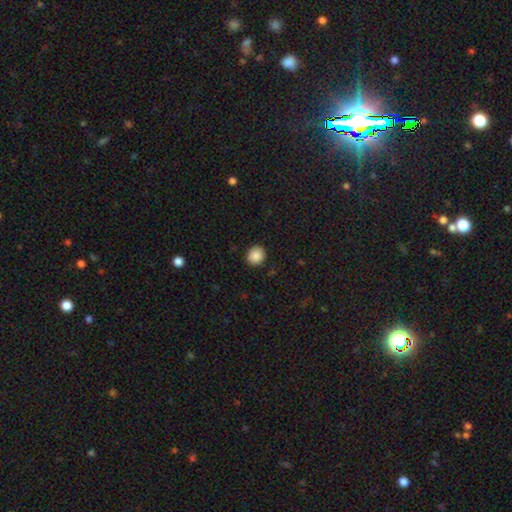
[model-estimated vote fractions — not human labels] Q: Smooth or featured?
A: smooth (88%); runner-up: star or artifact (9%)
Q: How rounded?
A: round (84%); runner-up: in between (15%)
Q: Merging?
A: none (91%); runner-up: minor disturbance (6%)